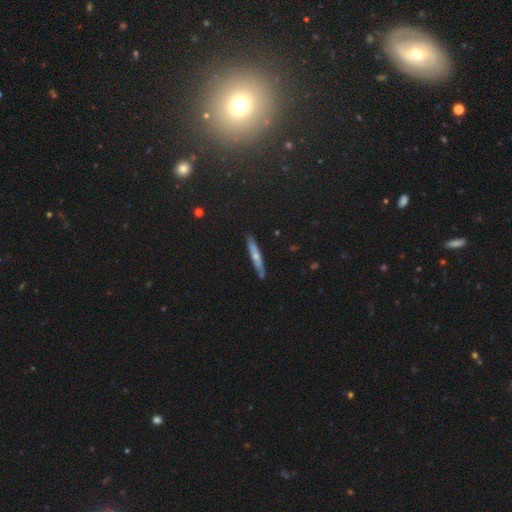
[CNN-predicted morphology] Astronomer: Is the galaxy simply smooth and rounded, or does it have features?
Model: smooth — 46% (runner-up: featured or disk, 45%).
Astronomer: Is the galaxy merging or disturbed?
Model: none — 81%.